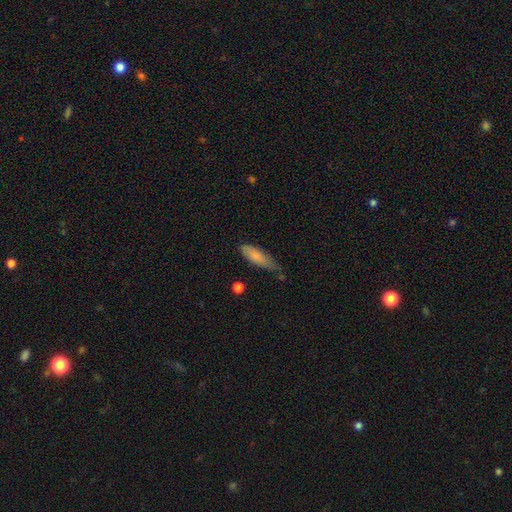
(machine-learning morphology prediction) A smooth galaxy with no disk features (79%) that is cigar-shaped (53%). Merging: none (47%).